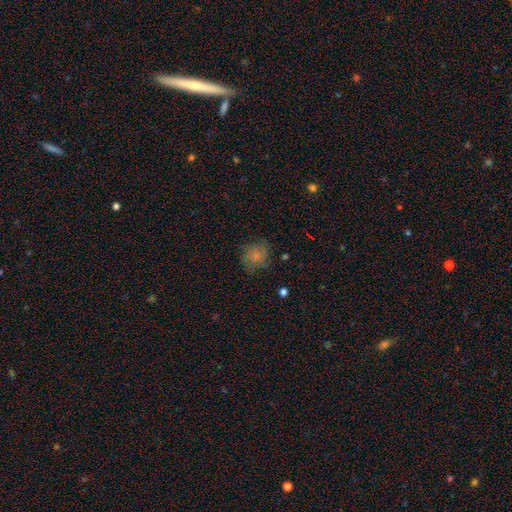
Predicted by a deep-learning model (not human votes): This is likely a smooth galaxy (76%). How rounded: likely round (78%). Merging: likely none (72%).